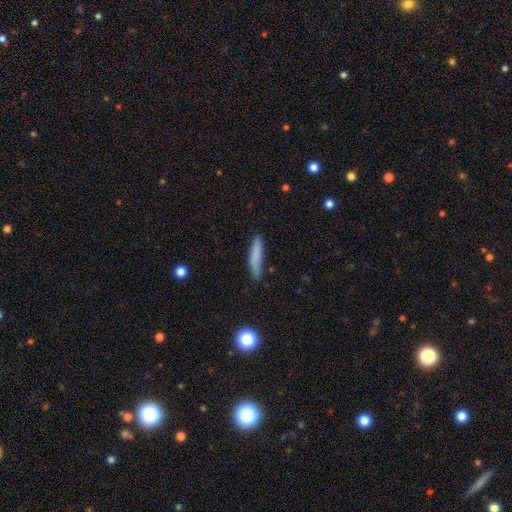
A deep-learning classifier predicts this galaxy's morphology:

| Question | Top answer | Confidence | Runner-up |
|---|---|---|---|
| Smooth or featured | smooth | 80% | featured or disk (12%) |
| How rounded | cigar-shaped | 87% | in between (12%) |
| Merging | none | 79% | minor disturbance (16%) |